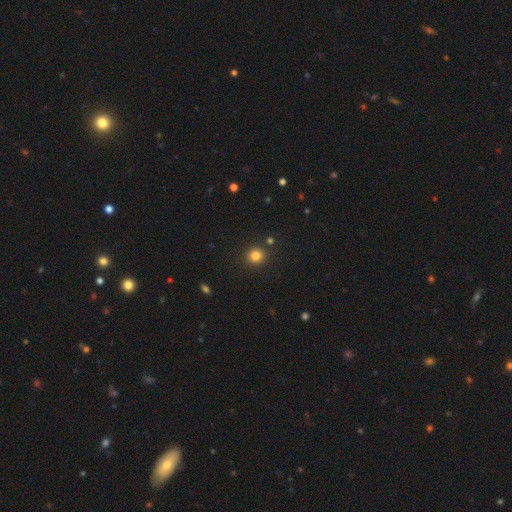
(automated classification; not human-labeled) The model was most divided on "smooth or featured": smooth: 82%, star or artifact: 13%, featured or disk: 5%. More confident: merging — none (87%); how rounded — round (87%).